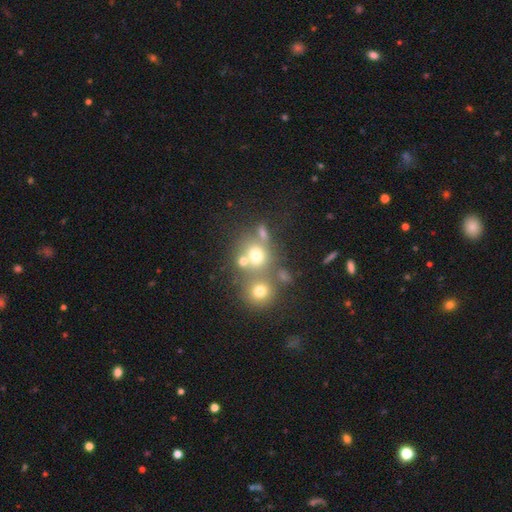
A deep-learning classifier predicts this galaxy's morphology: Smooth or featured: smooth — 67% (star or artifact — 18%)
How rounded: round — 79% (in between — 19%)
Merging: none — 46% (merger — 39%)